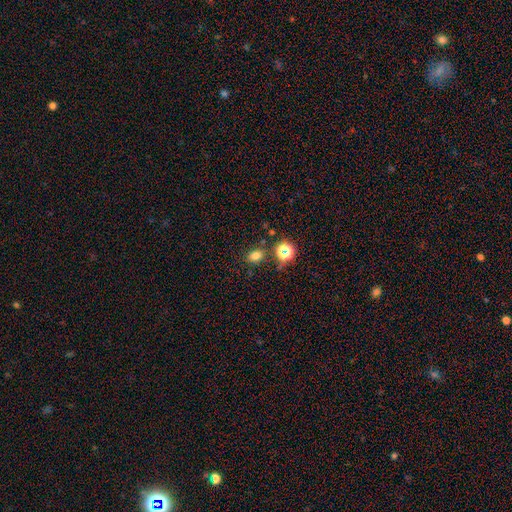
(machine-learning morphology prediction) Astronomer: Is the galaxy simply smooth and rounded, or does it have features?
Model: smooth — 73%.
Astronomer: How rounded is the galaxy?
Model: in between — 63%.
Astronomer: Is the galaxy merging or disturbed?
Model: none — 79%.